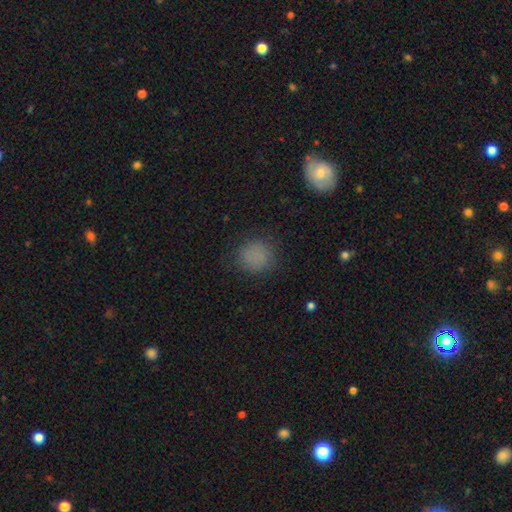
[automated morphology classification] smooth_or_featured: smooth (p=0.79) [alt: star or artifact p=0.15]
how_rounded: round (p=0.84) [alt: in between p=0.15]
merging: none (p=0.83) [alt: minor disturbance p=0.11]